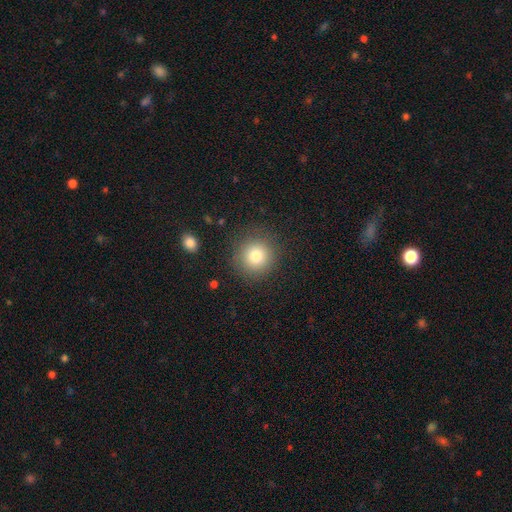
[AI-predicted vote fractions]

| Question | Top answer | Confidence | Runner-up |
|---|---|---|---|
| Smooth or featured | smooth | 79% | star or artifact (11%) |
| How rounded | round | 93% | in between (6%) |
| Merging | none | 88% | minor disturbance (8%) |